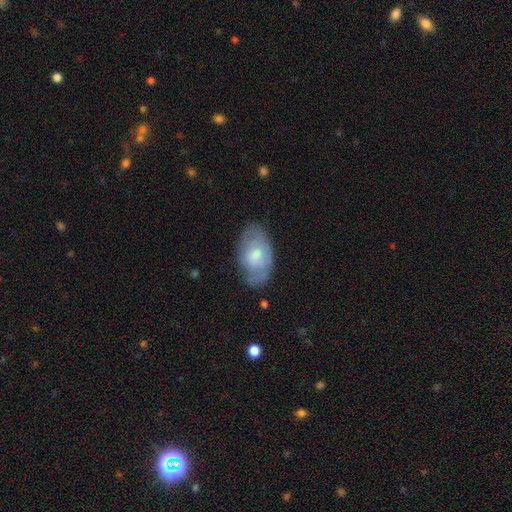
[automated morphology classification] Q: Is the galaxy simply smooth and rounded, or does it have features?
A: smooth — 56%.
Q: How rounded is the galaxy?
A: in between — 93%.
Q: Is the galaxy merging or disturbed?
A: none — 66%.